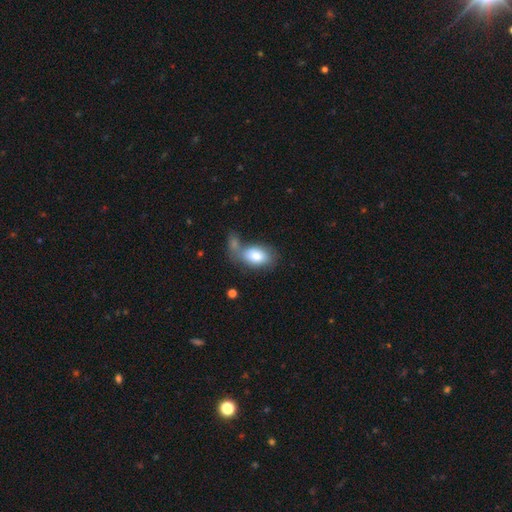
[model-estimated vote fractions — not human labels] A smooth galaxy with no disk features (80%) that is in between round and cigar-shaped (90%).

Vote fractions:
- Smooth or featured? smooth: 80% / featured or disk: 13% / star or artifact: 7%
- How rounded? in between: 90% / round: 8% / cigar-shaped: 2%
- Merging? none: 41% / merger: 33% / minor disturbance: 16% / major disturbance: 9%